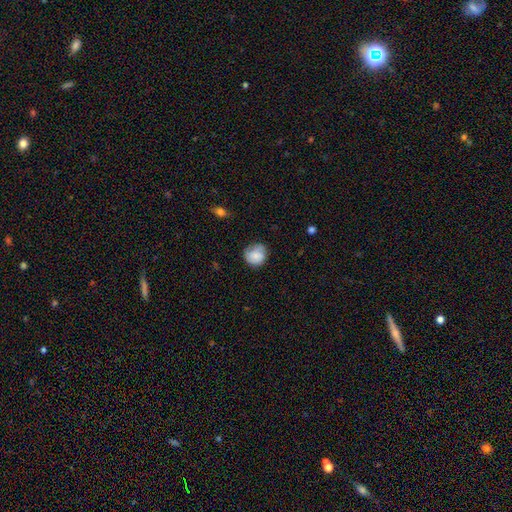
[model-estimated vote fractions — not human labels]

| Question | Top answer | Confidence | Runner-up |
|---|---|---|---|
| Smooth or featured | smooth | 78% | featured or disk (14%) |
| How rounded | round | 83% | in between (16%) |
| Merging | none | 66% | minor disturbance (25%) |